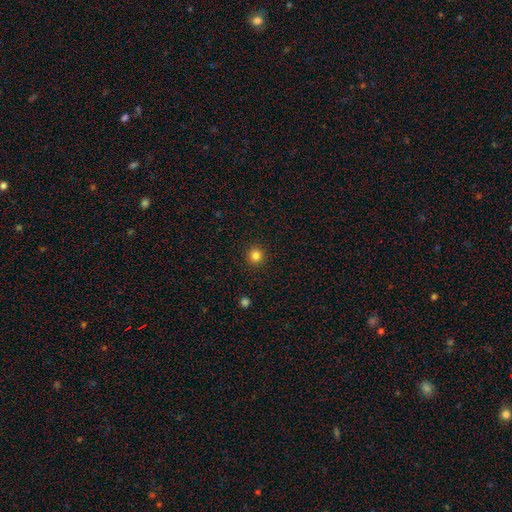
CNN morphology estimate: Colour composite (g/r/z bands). It shows a smooth galaxy with no disk features (83%) that is round (94%). Merging: none (93%).